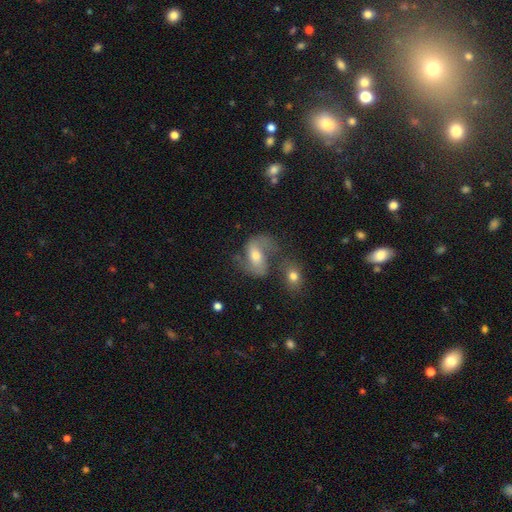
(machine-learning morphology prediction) The model was most divided on "bar": weak: 41%, no: 35%, strong: 24%. Remaining: edge-on disk — no (96%); spiral arms — yes (86%); spiral arm count — 2 (85%); smooth or featured — featured or disk (68%); bulge size — moderate (64%); spiral winding — loose (51%); merging — none (41%).